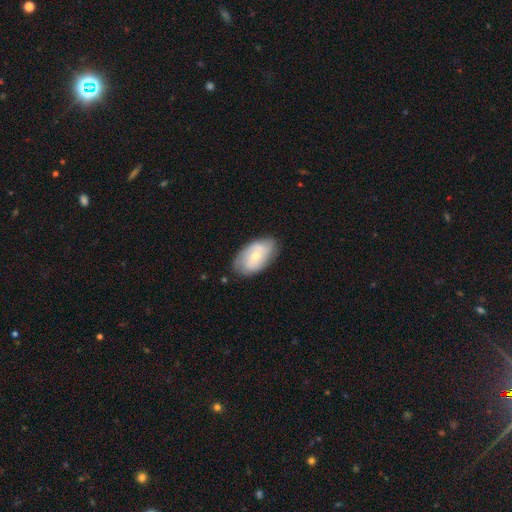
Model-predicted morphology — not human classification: smooth-or-featured: featured or disk: 53% | smooth: 41% | star or artifact: 6%
  disk-edge-on: no: 94% | yes: 6%
  merging: none: 74% | minor disturbance: 21% | major disturbance: 4% | merger: 2%